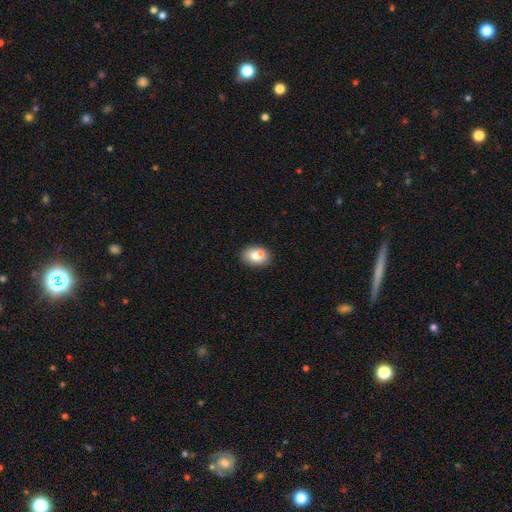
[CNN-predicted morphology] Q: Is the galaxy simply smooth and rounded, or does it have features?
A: smooth — 76%.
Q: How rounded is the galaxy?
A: in between — 75%.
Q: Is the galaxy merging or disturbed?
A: none — 62%.